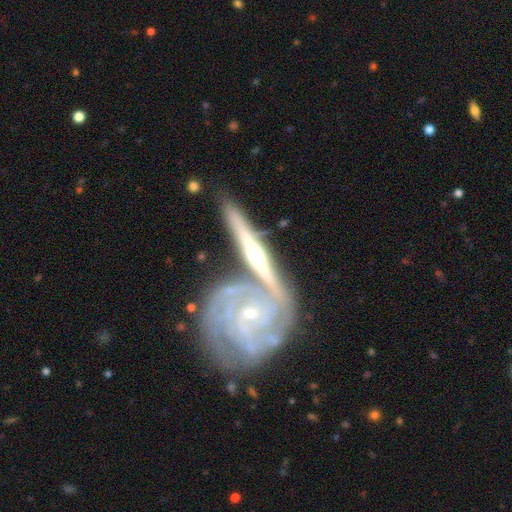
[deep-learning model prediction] Overall: featured or disk (85%). Edge-on disk: yes (75%). Edge-on bulge: rounded (90%). Merging: none (60%; merger 23%).